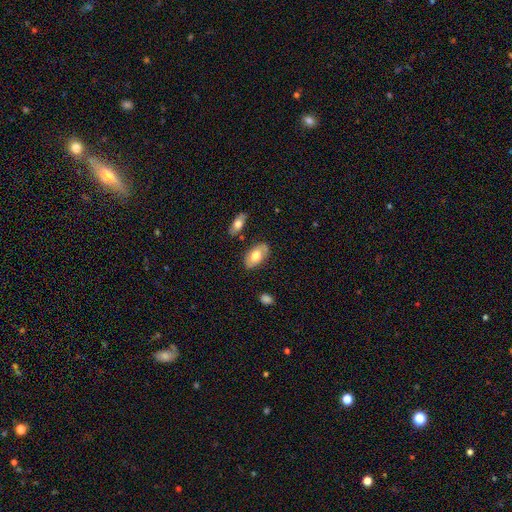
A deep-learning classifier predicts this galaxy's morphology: A smooth galaxy with no disk features (65%) that is in between round and cigar-shaped (94%).

Vote fractions:
- Smooth or featured? smooth: 65% / featured or disk: 30% / star or artifact: 6%
- How rounded? in between: 94% / round: 4% / cigar-shaped: 2%
- Merging? none: 80% / minor disturbance: 14% / merger: 4% / major disturbance: 3%